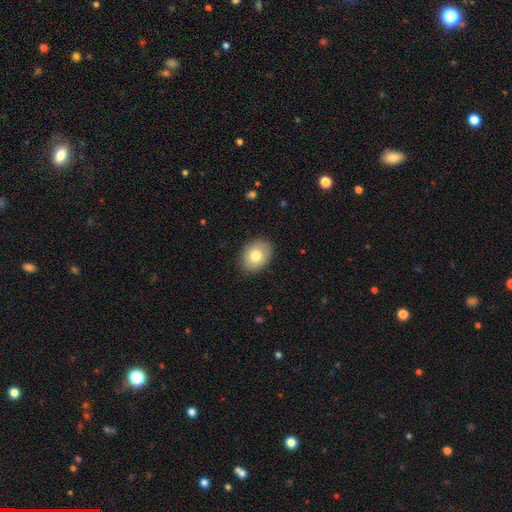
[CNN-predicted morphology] The model was most divided on "how rounded": in between: 69%, round: 30%, cigar-shaped: 1%. More confident: merging — none (86%); smooth or featured — smooth (77%).